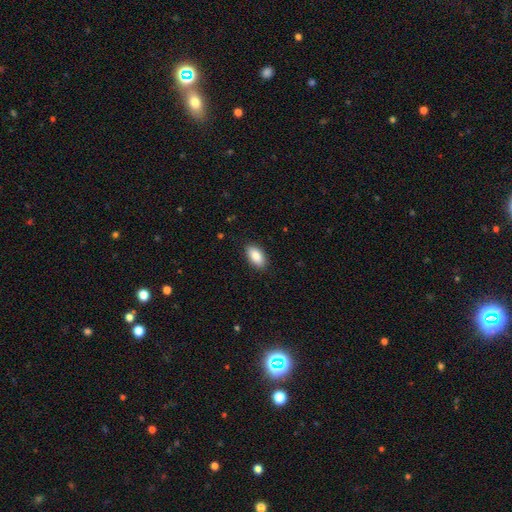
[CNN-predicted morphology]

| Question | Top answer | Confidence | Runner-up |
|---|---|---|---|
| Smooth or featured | smooth | 87% | star or artifact (7%) |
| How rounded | in between | 92% | cigar-shaped (5%) |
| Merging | none | 88% | minor disturbance (9%) |